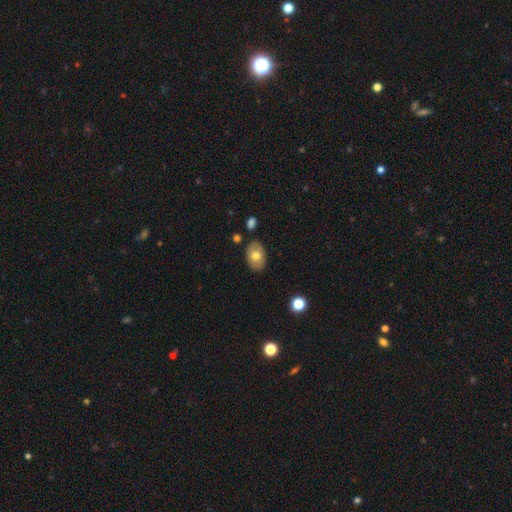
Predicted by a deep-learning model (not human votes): A smooth galaxy with no disk features (71%) that is in between round and cigar-shaped (84%). Merging: none (83%).